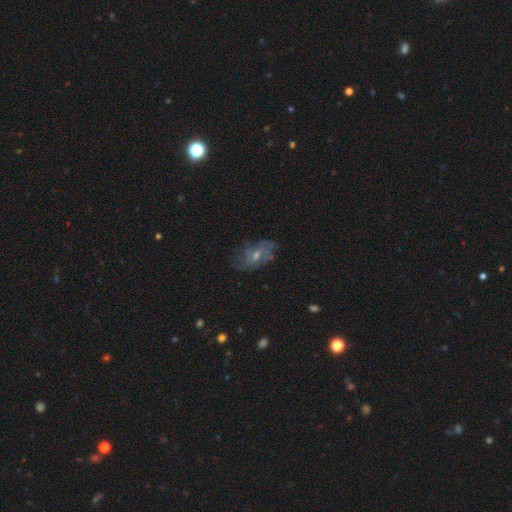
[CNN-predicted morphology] Smooth or featured: featured or disk — 61% (smooth — 26%)
Edge-on disk: no — 94% (yes — 6%)
Bar: no — 63% (weak — 31%)
Spiral arms: yes — 75% (no — 25%)
Bulge size: moderate — 50% (small — 44%)
Merging: none — 69% (minor disturbance — 20%)